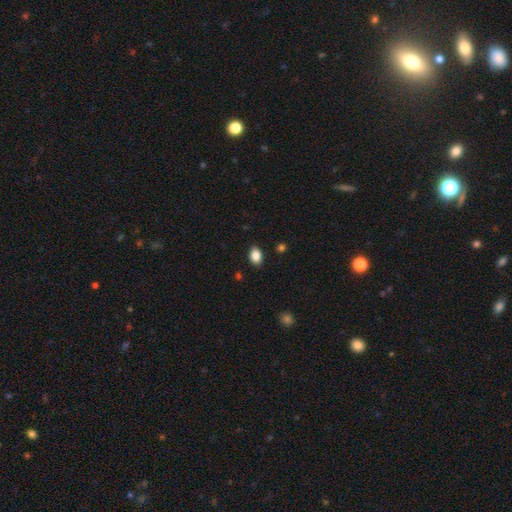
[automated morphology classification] type=smooth (86%); roundness=in between (80%); merging=none (87%).